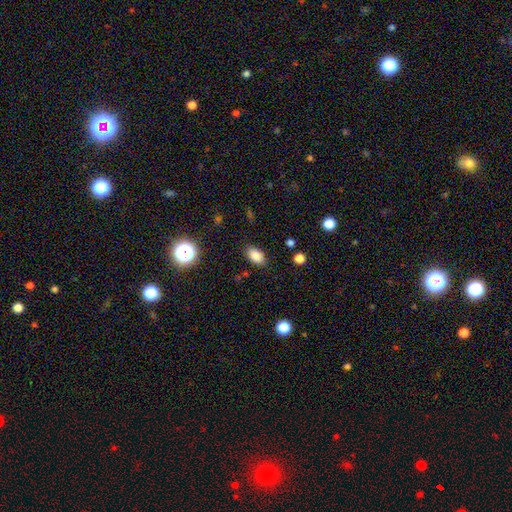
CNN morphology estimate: Smooth or featured? Predicted: smooth (p=0.84). How rounded? Predicted: in between (p=0.89). Merging? Predicted: none (p=0.86).